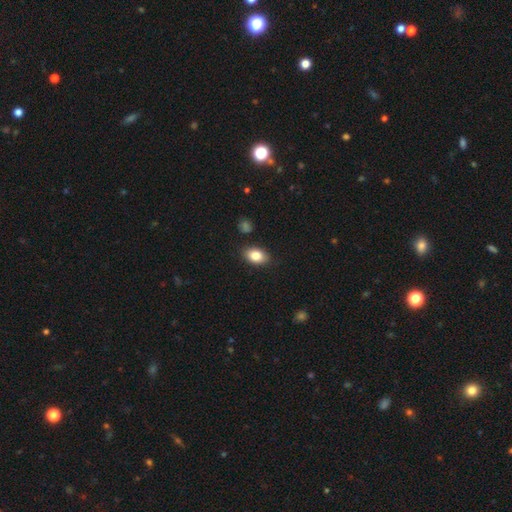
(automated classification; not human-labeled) Smooth or featured? smooth (83%)
How rounded? in between (86%)
Merging? none (86%)